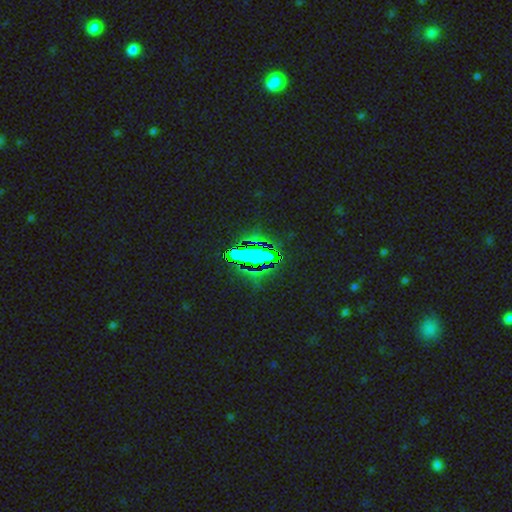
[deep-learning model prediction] A star or artifact, not a galaxy (77%).